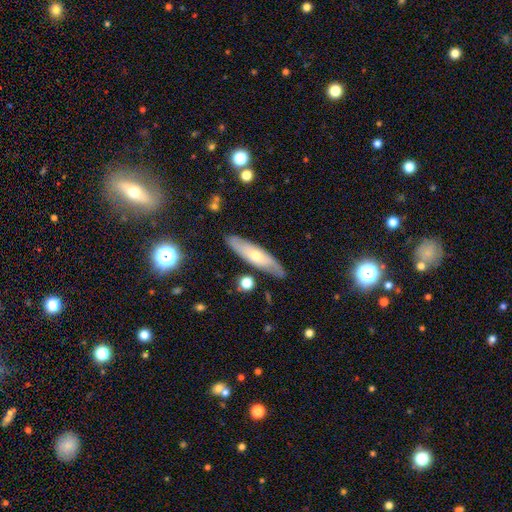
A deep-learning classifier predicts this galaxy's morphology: featured or disk 56%, smooth 38%, star or artifact 7%. Down the decision tree: edge-on disk — no (54%); merging — none (82%).